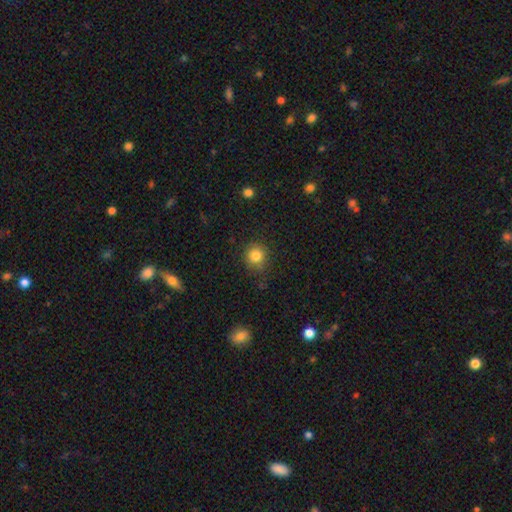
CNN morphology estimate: Smooth or featured: smooth — 83% (star or artifact — 11%)
How rounded: round — 90% (in between — 9%)
Merging: none — 82% (minor disturbance — 13%)